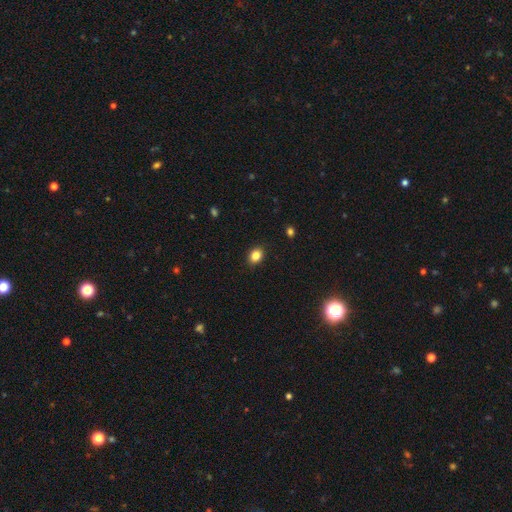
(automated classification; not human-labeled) Smooth or featured? smooth (85%)
How rounded? in between (53%)
Merging? none (89%)